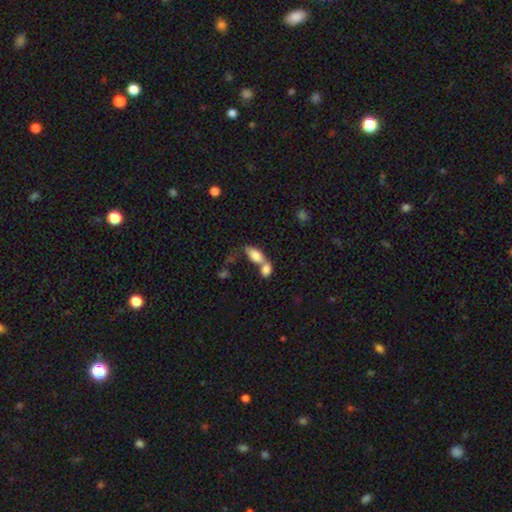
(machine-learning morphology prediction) Smooth or featured: smooth — 78% (featured or disk — 14%)
How rounded: in between — 85% (cigar-shaped — 9%)
Merging: merger — 65% (none — 23%)